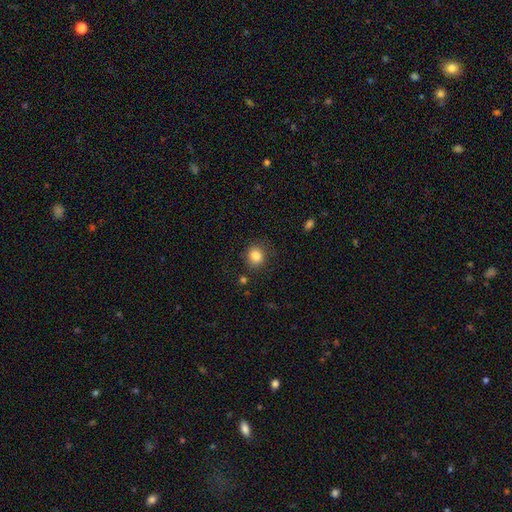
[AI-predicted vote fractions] Smooth or featured?
  - smooth: 84% *
  - star or artifact: 11%
  - featured or disk: 5%
How rounded?
  - round: 80% *
  - in between: 20%
  - cigar-shaped: 1%
Merging?
  - none: 84% *
  - minor disturbance: 11%
  - major disturbance: 3%
  - merger: 2%